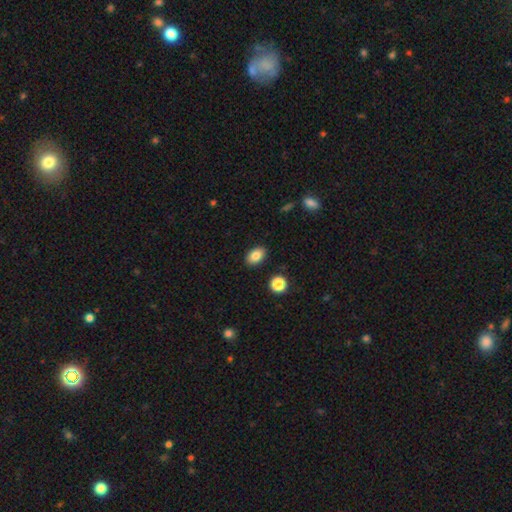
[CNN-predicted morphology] Overall: smooth (84%). How rounded: in between (87%). Merging: none (89%).